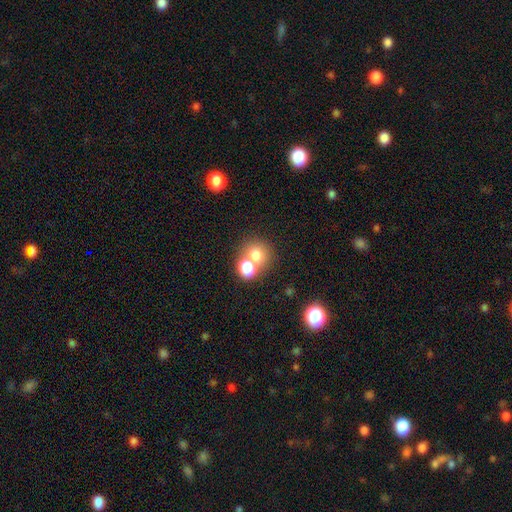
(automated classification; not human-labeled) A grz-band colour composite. It shows a smooth galaxy with no disk features (73%) that is round (76%). Merging: merger (51%).